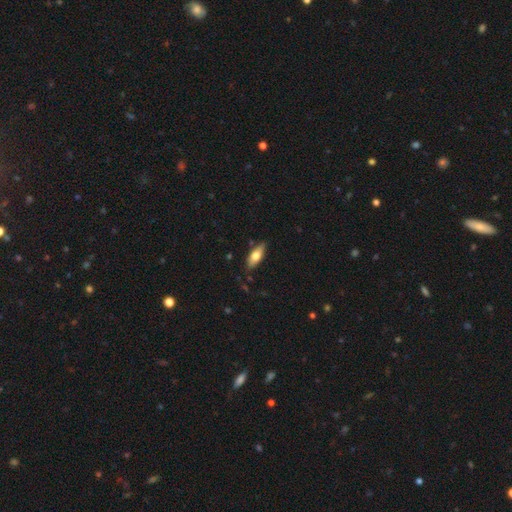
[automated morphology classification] Smooth or featured? Predicted: smooth (p=0.65). How rounded? Predicted: in between (p=0.70). Merging? Predicted: none (p=0.81).